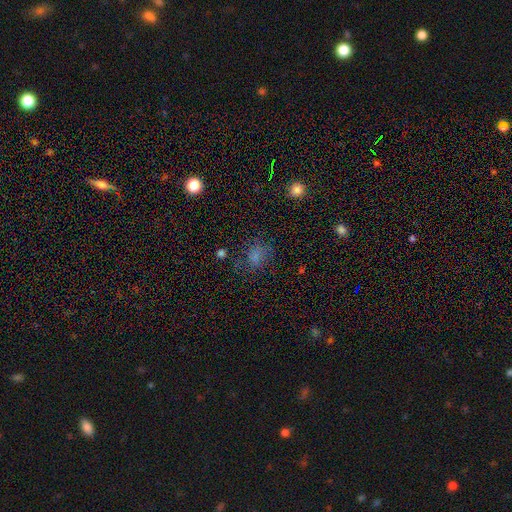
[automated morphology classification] A smooth galaxy with no disk features (69%) that is round (58%). Merging: none (67%).